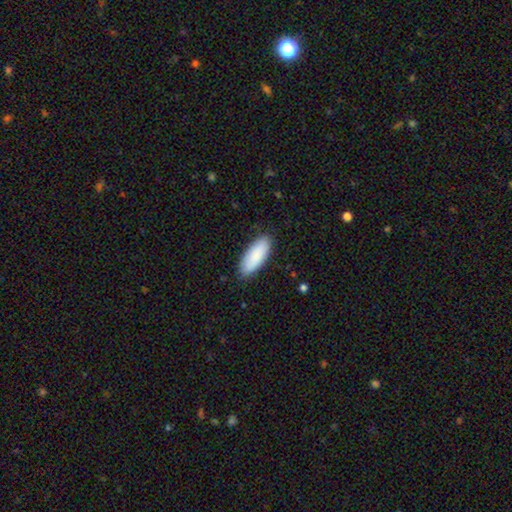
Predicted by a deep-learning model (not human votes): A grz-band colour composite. It shows a smooth galaxy with no disk features (89%) that is in between round and cigar-shaped (78%). Merging: none (87%).